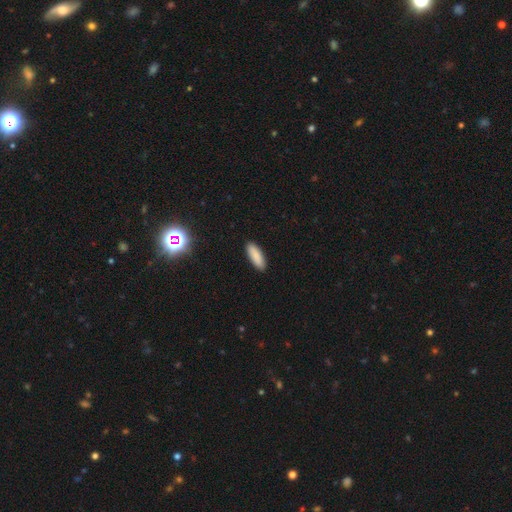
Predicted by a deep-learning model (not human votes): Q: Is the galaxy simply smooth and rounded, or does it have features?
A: smooth — 89%.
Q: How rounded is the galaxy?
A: in between — 66%.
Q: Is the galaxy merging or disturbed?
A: none — 90%.